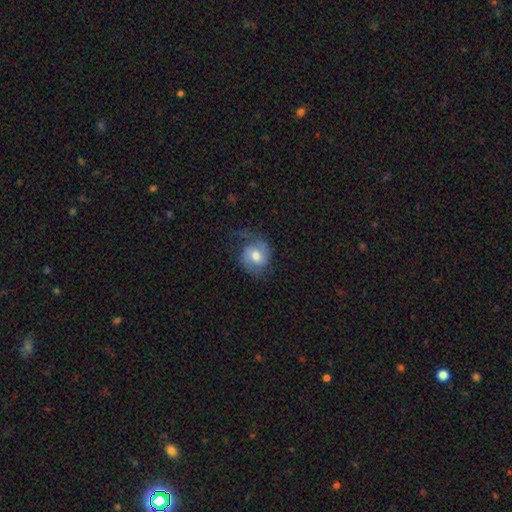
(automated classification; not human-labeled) A featured or disk galaxy (51%). Merging: none (52%).